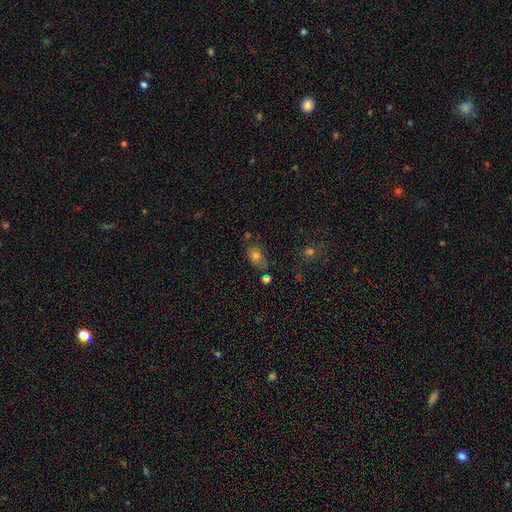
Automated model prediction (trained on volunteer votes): Smooth or featured? Predicted: smooth (p=0.76). How rounded? Predicted: in between (p=0.73). Merging? Predicted: none (p=0.56).